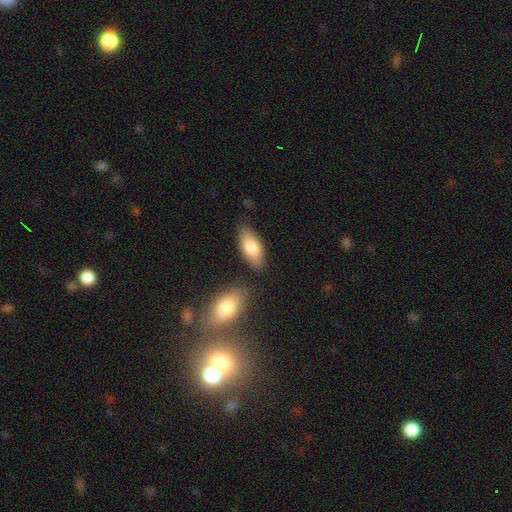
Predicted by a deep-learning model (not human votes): This is possibly a smooth galaxy (57%). How rounded: likely in between (80%). Merging: likely none (76%).